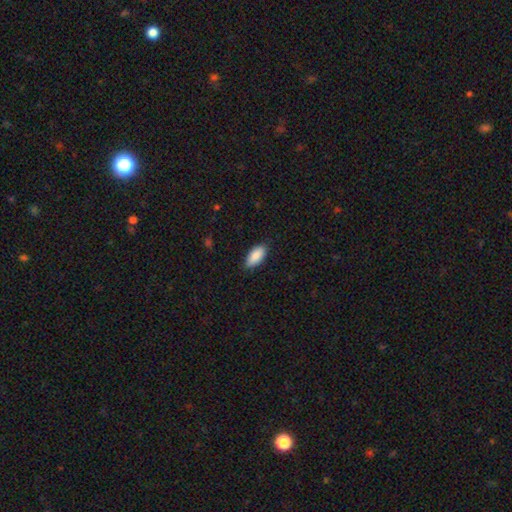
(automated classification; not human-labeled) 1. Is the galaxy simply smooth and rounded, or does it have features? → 90% smooth, 6% star or artifact, 4% featured or disk.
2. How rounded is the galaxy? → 90% in between, 8% cigar-shaped, 2% round.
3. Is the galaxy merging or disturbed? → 86% none, 11% minor disturbance, 2% major disturbance, 1% merger.